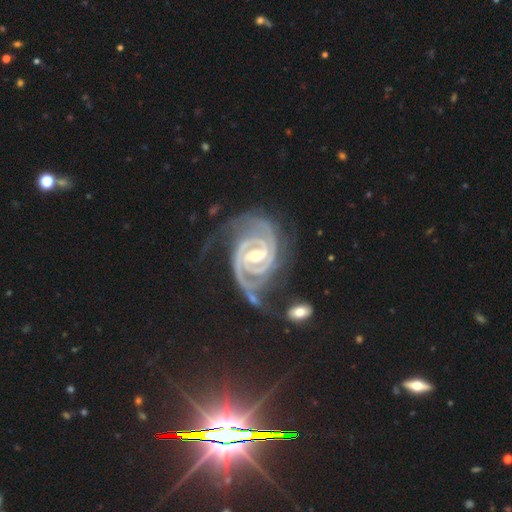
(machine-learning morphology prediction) Q: Smooth or featured?
A: featured or disk (92%); runner-up: star or artifact (5%)
Q: Edge-on disk?
A: no (98%); runner-up: yes (2%)
Q: Bar?
A: weak (44%); runner-up: strong (37%)
Q: Spiral arms?
A: yes (99%); runner-up: no (1%)
Q: Spiral winding?
A: tight (73%); runner-up: medium (23%)
Q: Spiral arm count?
A: 2 (74%); runner-up: 3 (12%)
Q: Bulge size?
A: moderate (58%); runner-up: small (37%)
Q: Merging?
A: none (57%); runner-up: minor disturbance (23%)